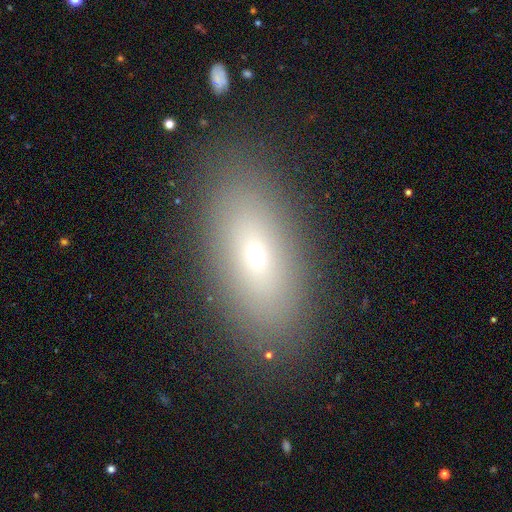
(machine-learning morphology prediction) A smooth galaxy with no disk features (62%) that is in between round and cigar-shaped (79%).

Vote fractions:
- Smooth or featured? smooth: 62% / featured or disk: 23% / star or artifact: 15%
- How rounded? in between: 79% / cigar-shaped: 13% / round: 8%
- Merging? none: 86% / minor disturbance: 8% / major disturbance: 4% / merger: 1%